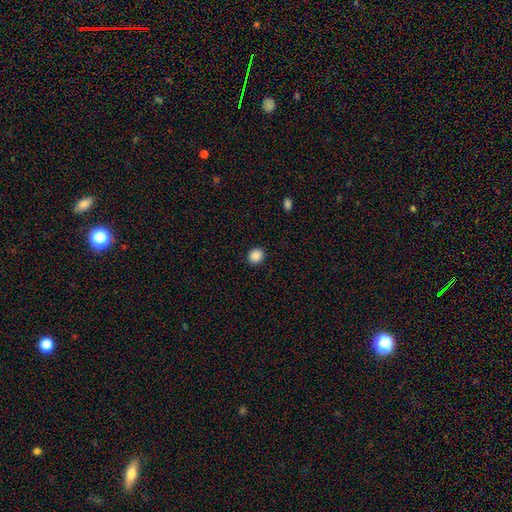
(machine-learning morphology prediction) Q: Smooth or featured?
A: smooth (88%); runner-up: star or artifact (9%)
Q: How rounded?
A: round (84%); runner-up: in between (15%)
Q: Merging?
A: none (92%); runner-up: minor disturbance (5%)